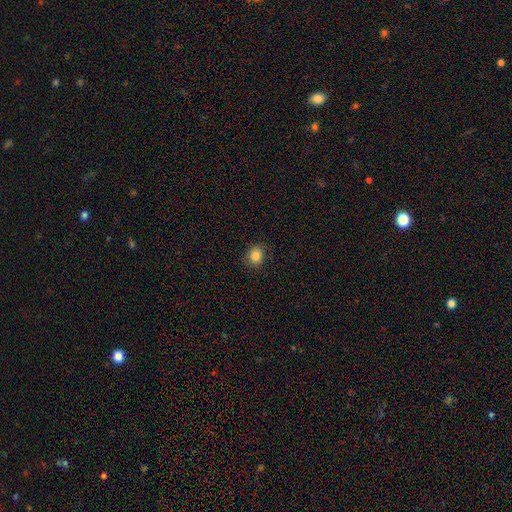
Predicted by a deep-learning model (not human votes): A smooth galaxy with no disk features (84%) that is round (66%). Merging: none (84%).